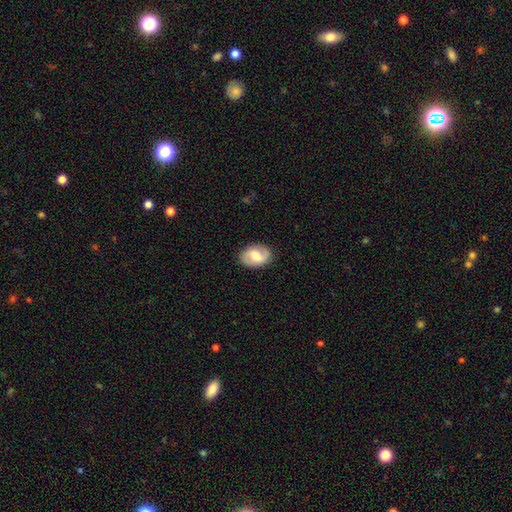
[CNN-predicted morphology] This is possibly a featured or disk galaxy (51%). It is clearly not viewed edge-on (96%). Merging: clearly none (85%).